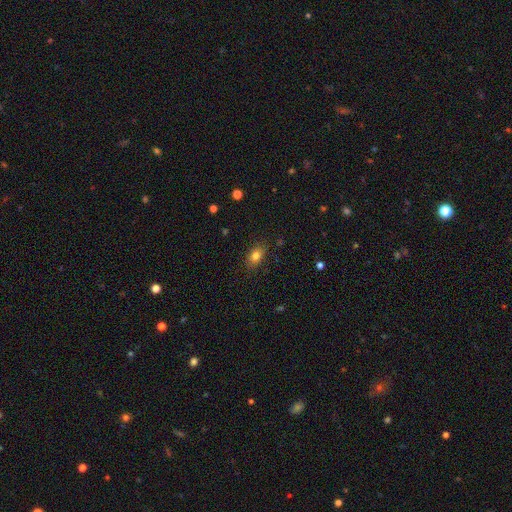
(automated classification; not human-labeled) Smooth or featured? Predicted: smooth (p=0.79). How rounded? Predicted: in between (p=0.80). Merging? Predicted: none (p=0.85).